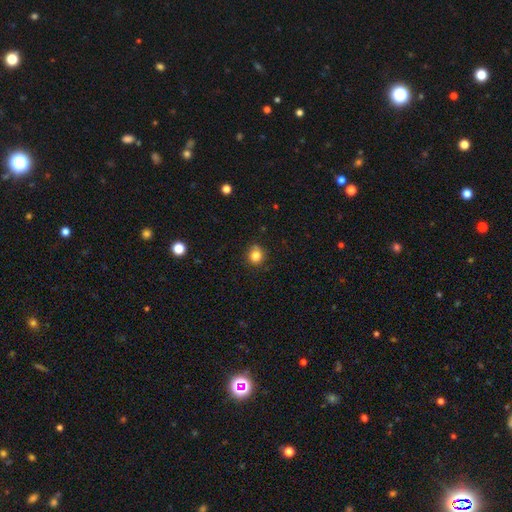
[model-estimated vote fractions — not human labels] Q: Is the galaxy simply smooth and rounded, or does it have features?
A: smooth — 82%.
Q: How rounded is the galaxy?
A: round — 86%.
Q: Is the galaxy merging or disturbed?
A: none — 76%.